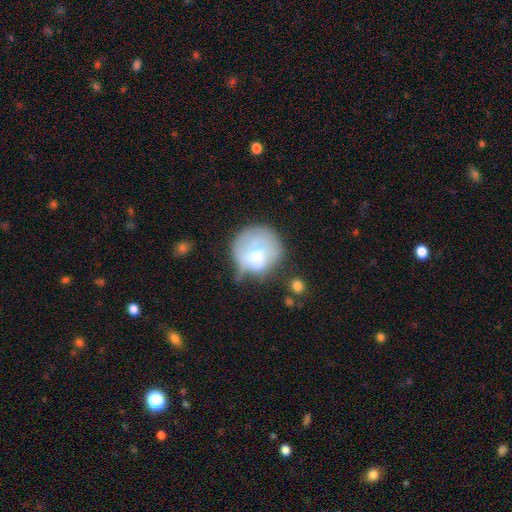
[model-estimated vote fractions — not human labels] Smooth or featured: smooth — 61% (featured or disk — 30%)
How rounded: round — 83% (in between — 16%)
Merging: none — 38% (minor disturbance — 31%)